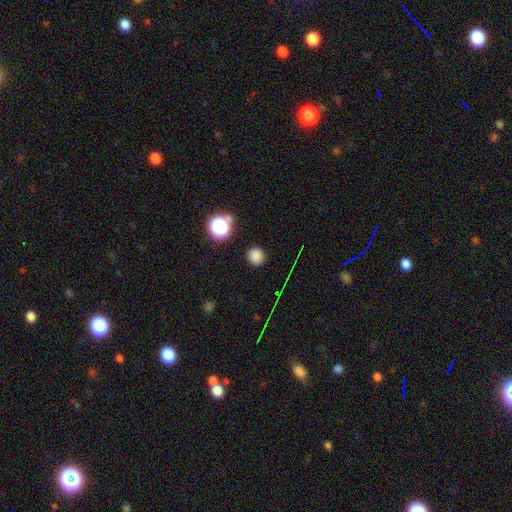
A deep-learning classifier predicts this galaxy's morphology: type=smooth (79%); roundness=round (93%); merging=none (90%).